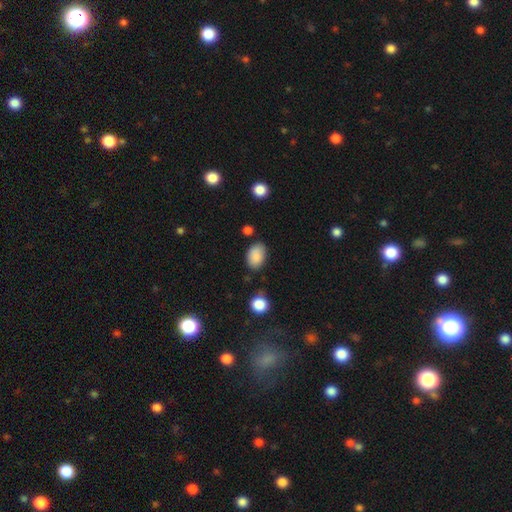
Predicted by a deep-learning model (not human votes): Q: Smooth or featured?
A: smooth (88%); runner-up: star or artifact (8%)
Q: How rounded?
A: in between (86%); runner-up: round (13%)
Q: Merging?
A: none (77%); runner-up: minor disturbance (16%)